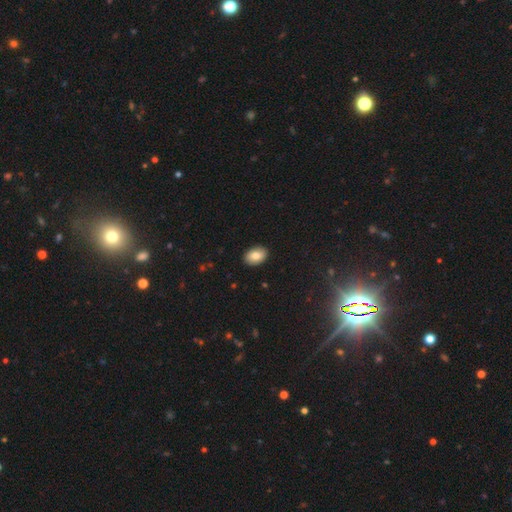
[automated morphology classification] smooth 82%, featured or disk 10%, star or artifact 7%. Down the decision tree: how rounded — in between (86%); merging — none (90%).